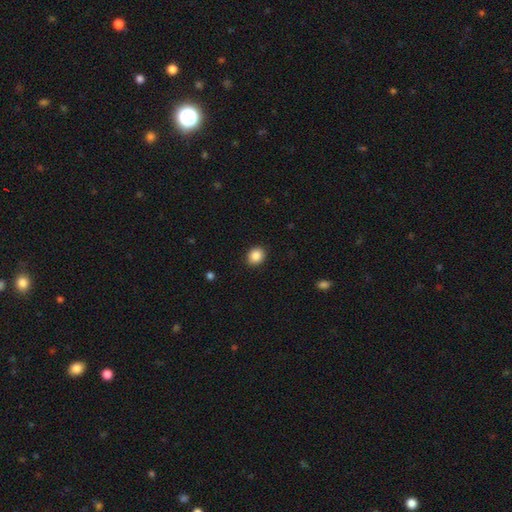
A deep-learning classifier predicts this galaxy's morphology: Overall: smooth (87%). How rounded: round (70%). Merging: none (91%).